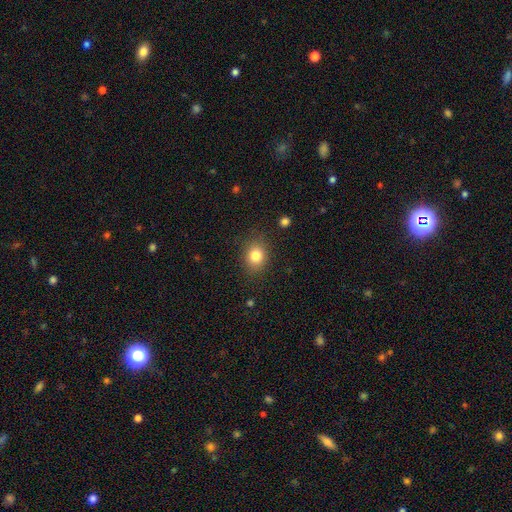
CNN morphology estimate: Smooth or featured: smooth — 81% (star or artifact — 11%)
How rounded: round — 54% (in between — 45%)
Merging: none — 85% (minor disturbance — 11%)